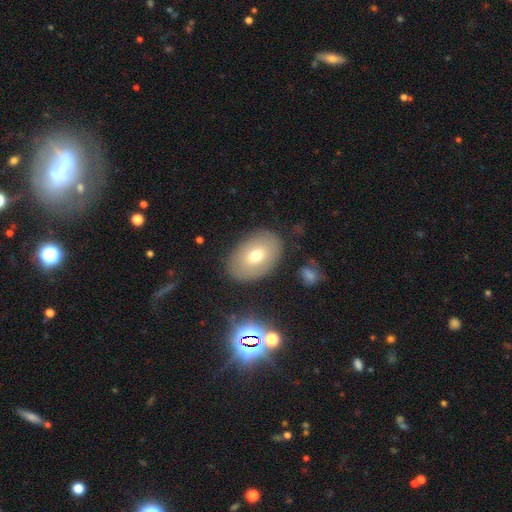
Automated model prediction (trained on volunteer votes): Smooth or featured: smooth — 64% (featured or disk — 25%)
How rounded: in between — 84% (round — 15%)
Merging: none — 83% (minor disturbance — 11%)